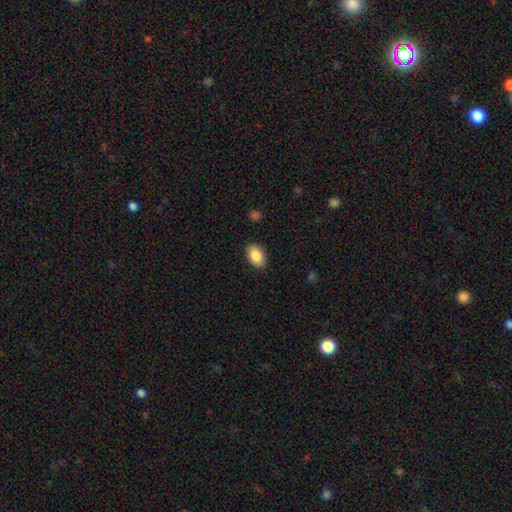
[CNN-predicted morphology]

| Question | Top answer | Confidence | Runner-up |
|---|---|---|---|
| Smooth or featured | smooth | 88% | star or artifact (7%) |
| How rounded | in between | 87% | round (12%) |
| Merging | none | 88% | minor disturbance (9%) |